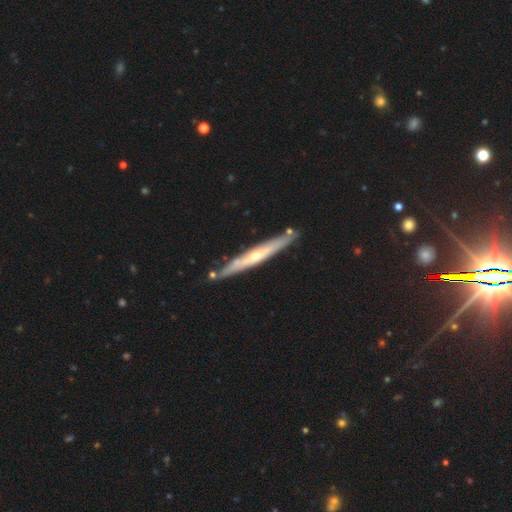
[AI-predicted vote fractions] A featured or disk galaxy (76%) viewed edge-on (93%) with a rounded central bulge (73%). Merging: none (85%).